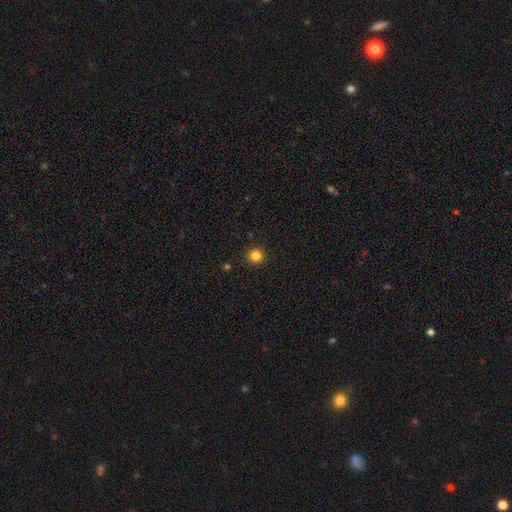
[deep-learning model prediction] Smooth or featured?
  - smooth: 83% *
  - star or artifact: 13%
  - featured or disk: 4%
How rounded?
  - round: 95% *
  - in between: 4%
  - cigar-shaped: 1%
Merging?
  - none: 92% *
  - minor disturbance: 5%
  - major disturbance: 2%
  - merger: 1%